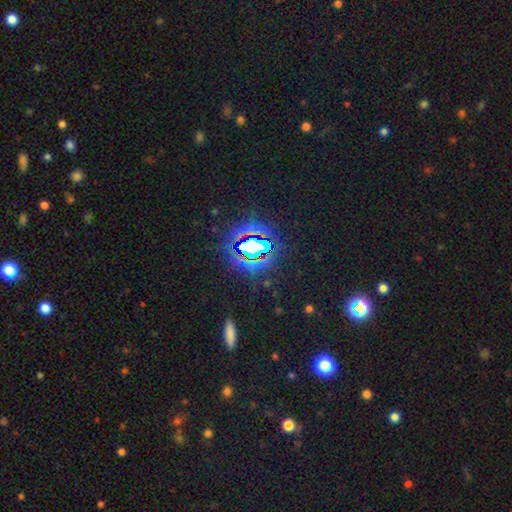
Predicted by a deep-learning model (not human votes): star or artifact 78%, smooth 13%, featured or disk 9%.